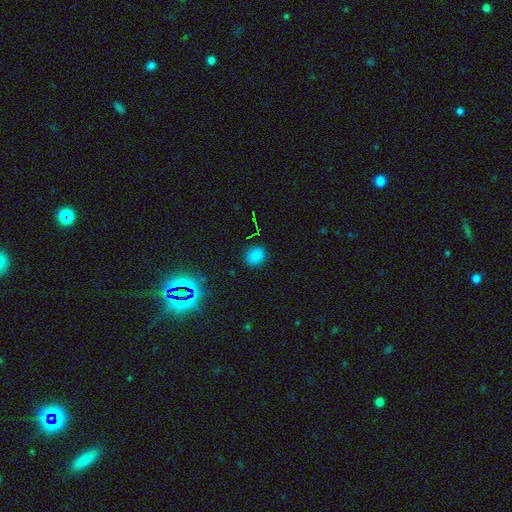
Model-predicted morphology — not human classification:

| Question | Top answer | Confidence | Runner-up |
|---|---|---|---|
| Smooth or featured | smooth | 77% | star or artifact (19%) |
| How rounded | round | 50% | in between (49%) |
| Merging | none | 85% | minor disturbance (11%) |